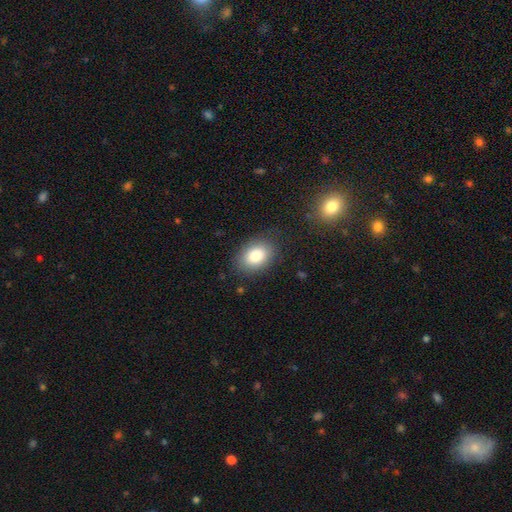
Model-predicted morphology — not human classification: Overall: smooth (84%). How rounded: in between (78%). Merging: none (83%).